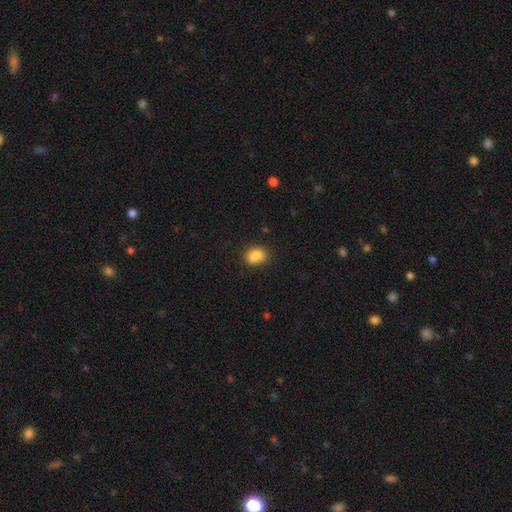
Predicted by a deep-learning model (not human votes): A smooth galaxy with no disk features (84%) that is in between round and cigar-shaped (58%). Merging: none (62%).